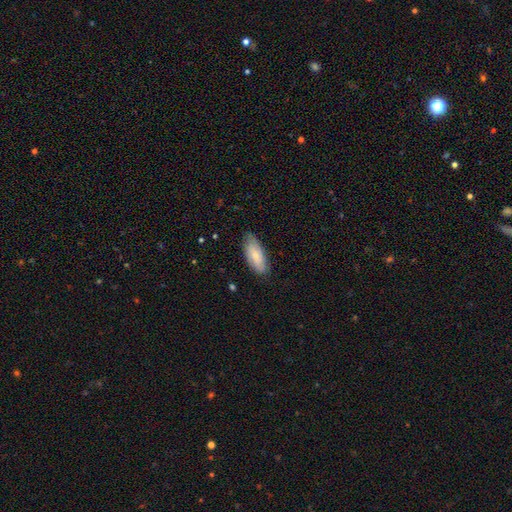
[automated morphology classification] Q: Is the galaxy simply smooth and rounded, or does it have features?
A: smooth — 71%.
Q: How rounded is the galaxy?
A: in between — 82%.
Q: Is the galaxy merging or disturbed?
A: none — 76%.